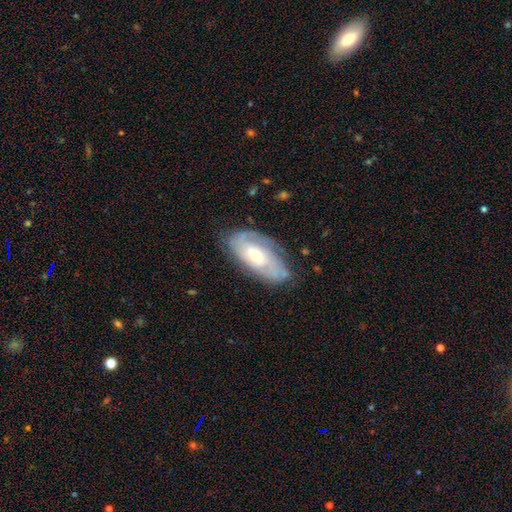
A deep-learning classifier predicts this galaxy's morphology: type=featured or disk (70%); edge-on=no (92%); bar=no (66%); spiral arms=yes (85%); winding=tight (57%); arm count=can't tell (44%); bulge=moderate (48%); merging=none (71%).